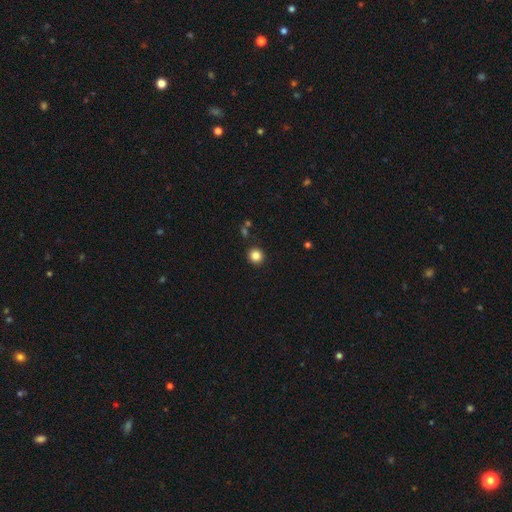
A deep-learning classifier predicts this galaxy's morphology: The model was most divided on "smooth or featured": smooth: 84%, star or artifact: 11%, featured or disk: 4%. More confident: how rounded — round (90%); merging — none (90%).